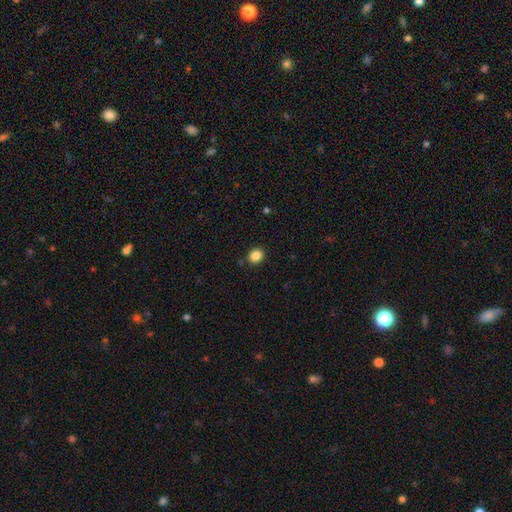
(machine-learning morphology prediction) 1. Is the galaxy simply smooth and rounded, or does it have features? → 86% smooth, 10% star or artifact, 4% featured or disk.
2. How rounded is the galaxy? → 66% round, 33% in between, 1% cigar-shaped.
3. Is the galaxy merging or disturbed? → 87% none, 8% minor disturbance, 2% merger, 2% major disturbance.